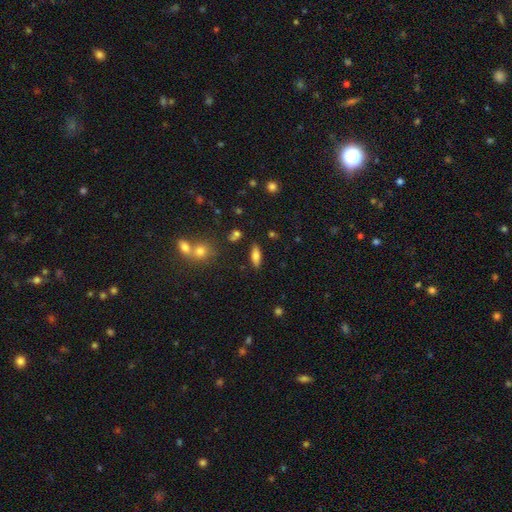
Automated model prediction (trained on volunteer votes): This is likely a smooth galaxy (76%). How rounded: likely in between (68%). Merging: clearly none (84%).